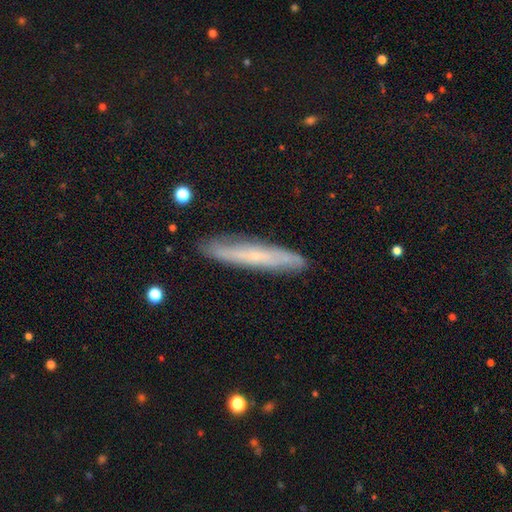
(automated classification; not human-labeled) Smooth or featured: featured or disk — 53% (smooth — 37%)
Edge-on disk: yes — 72% (no — 28%)
Merging: none — 87% (minor disturbance — 10%)